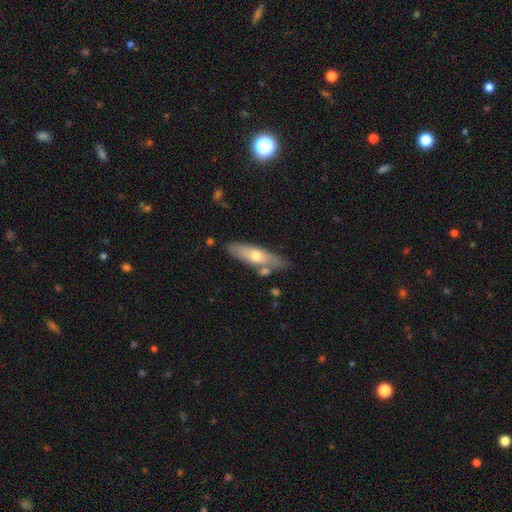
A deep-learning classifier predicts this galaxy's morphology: type=smooth (54%); roundness=cigar-shaped (52%); merging=none (73%).